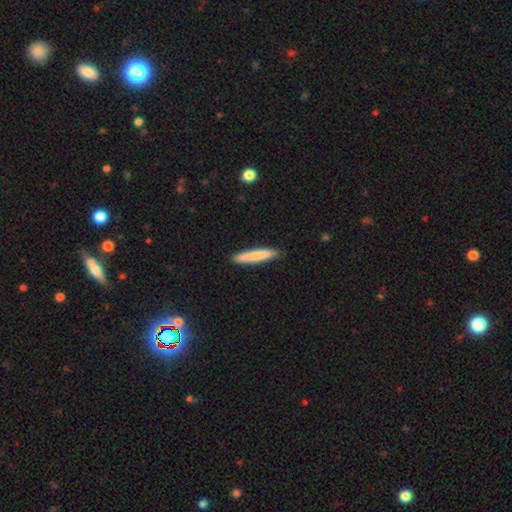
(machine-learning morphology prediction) type=smooth (79%); roundness=cigar-shaped (93%); merging=none (90%).